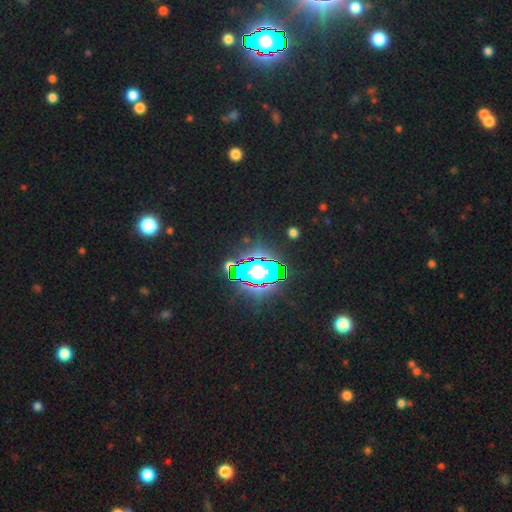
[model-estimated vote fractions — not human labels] smooth-or-featured: star or artifact: 85% | smooth: 8% | featured or disk: 6%